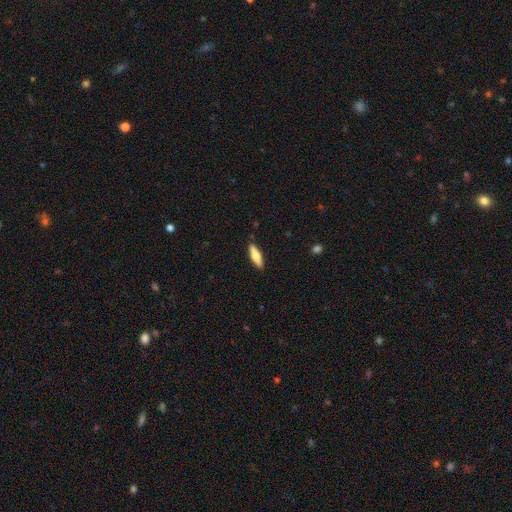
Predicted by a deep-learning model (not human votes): This appears to be a smooth galaxy with no disk features (59%) that is cigar-shaped (59%). Merging: none (89%).